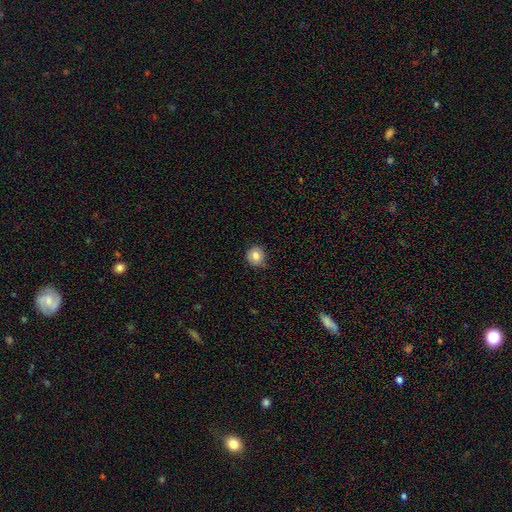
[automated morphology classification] Smooth or featured? smooth (81%)
How rounded? round (90%)
Merging? none (84%)